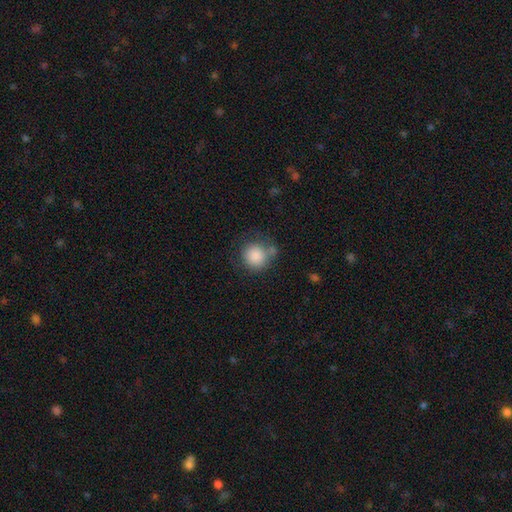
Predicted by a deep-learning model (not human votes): Smooth or featured?
  - smooth: 86% *
  - star or artifact: 8%
  - featured or disk: 5%
How rounded?
  - round: 90% *
  - in between: 9%
  - cigar-shaped: 1%
Merging?
  - none: 65% *
  - minor disturbance: 18%
  - merger: 9%
  - major disturbance: 8%